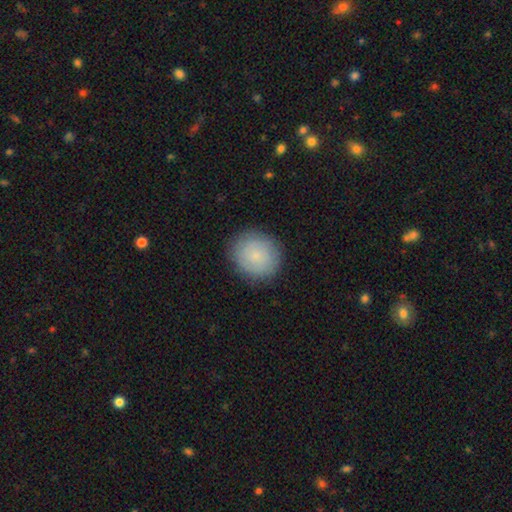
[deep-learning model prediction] This appears to be a smooth galaxy with no disk features (74%) that is round (82%). Merging: none (86%).